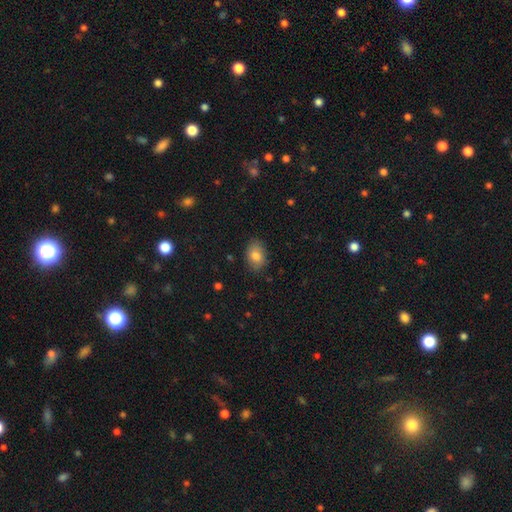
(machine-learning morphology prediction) A smooth galaxy with no disk features (81%) that is in between round and cigar-shaped (80%). Merging: none (82%).